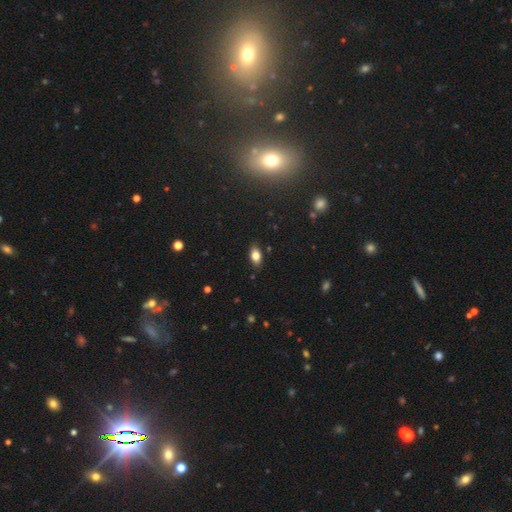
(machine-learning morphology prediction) smooth 79%, featured or disk 12%, star or artifact 10%. Down the decision tree: how rounded — in between (88%); merging — none (86%).